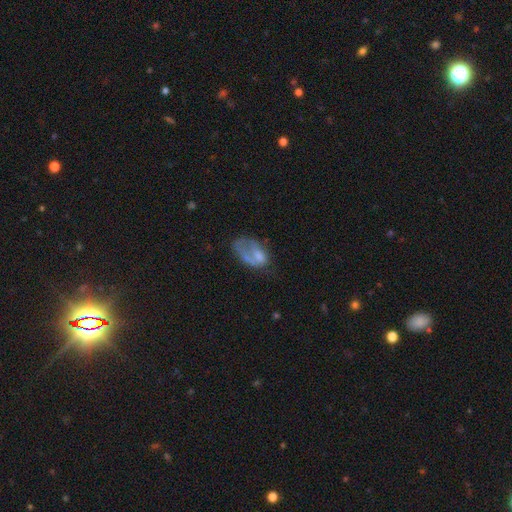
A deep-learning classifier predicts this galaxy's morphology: Smooth or featured? Predicted: smooth (p=0.49). Merging? Predicted: major disturbance (p=0.43).